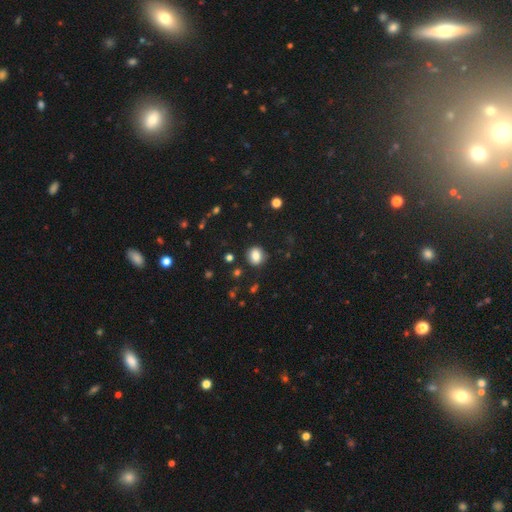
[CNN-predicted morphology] Q: Smooth or featured?
A: smooth (83%); runner-up: star or artifact (10%)
Q: How rounded?
A: round (69%); runner-up: in between (30%)
Q: Merging?
A: none (86%); runner-up: minor disturbance (10%)